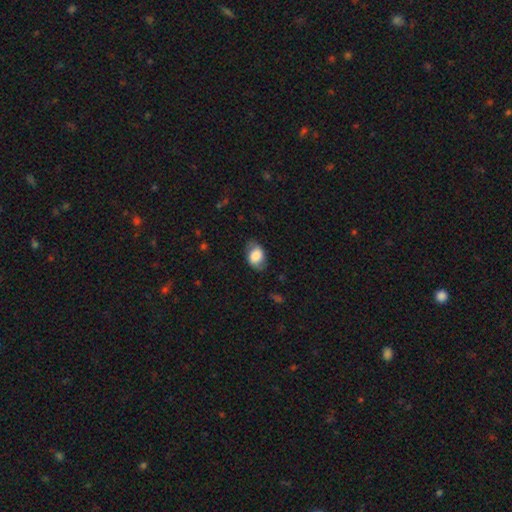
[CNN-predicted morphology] This appears to be a smooth galaxy with no disk features (75%) that is in between round and cigar-shaped (82%). Merging: none (70%).